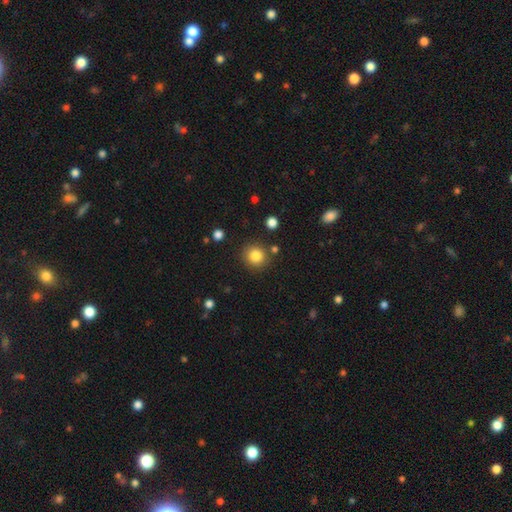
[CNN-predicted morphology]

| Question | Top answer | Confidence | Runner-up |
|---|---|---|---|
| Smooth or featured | smooth | 83% | star or artifact (11%) |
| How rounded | round | 91% | in between (8%) |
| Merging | none | 85% | minor disturbance (8%) |